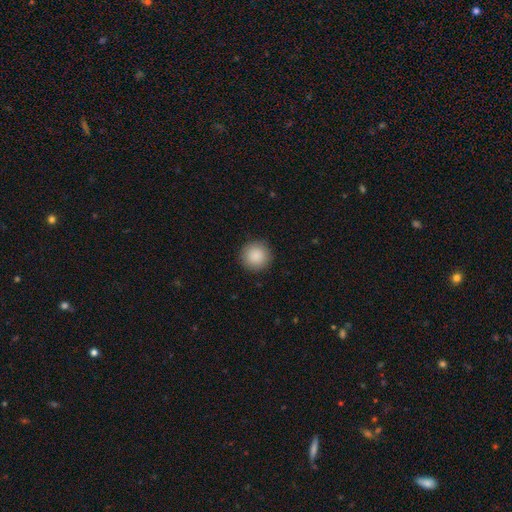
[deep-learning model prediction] This appears to be a smooth galaxy with no disk features (89%) that is round (96%). Merging: none (91%).